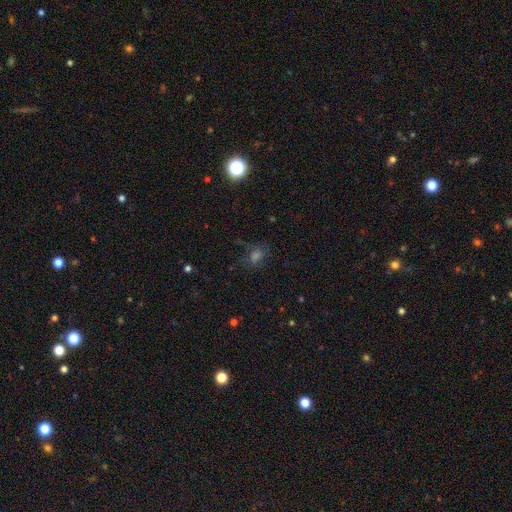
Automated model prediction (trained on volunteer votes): smooth_or_featured: smooth (p=0.41) [alt: star or artifact p=0.39]
merging: none (p=0.66) [alt: minor disturbance p=0.19]